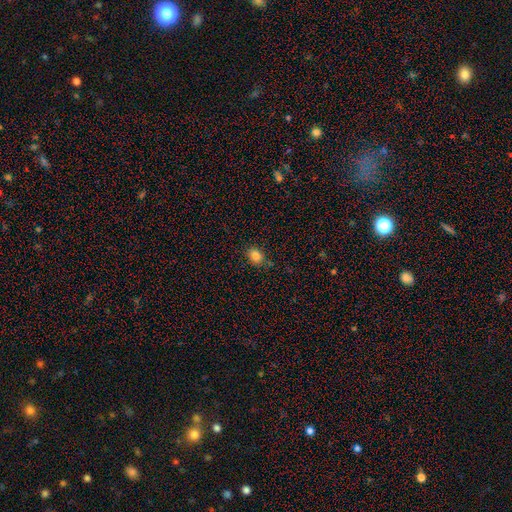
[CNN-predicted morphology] Q: Smooth or featured?
A: smooth (84%); runner-up: star or artifact (11%)
Q: How rounded?
A: in between (56%); runner-up: round (43%)
Q: Merging?
A: none (80%); runner-up: minor disturbance (14%)